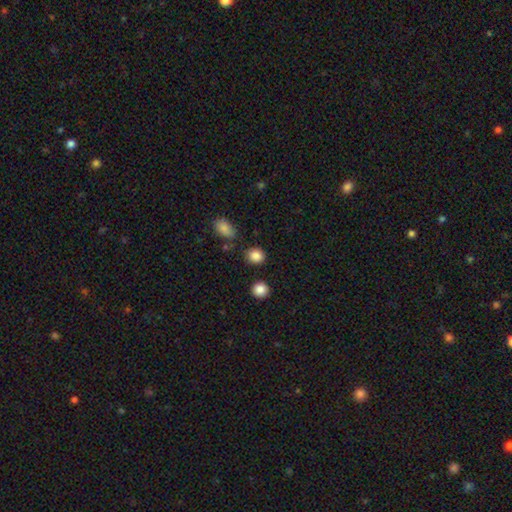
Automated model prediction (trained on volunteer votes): This is clearly a smooth galaxy (86%). How rounded: likely round (76%). Merging: clearly none (84%).